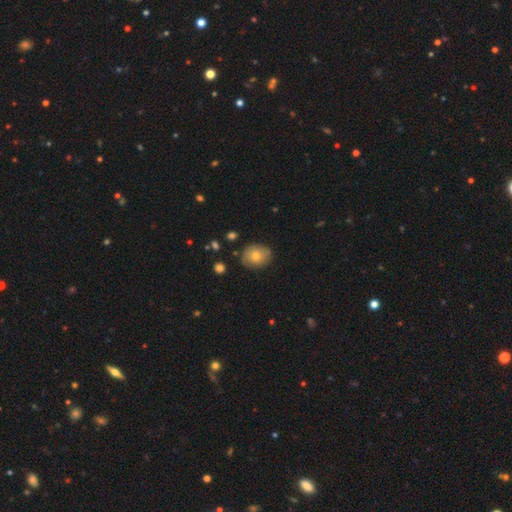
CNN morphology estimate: Overall: smooth (68%). How rounded: round (61%; in between 38%). Merging: none (82%).